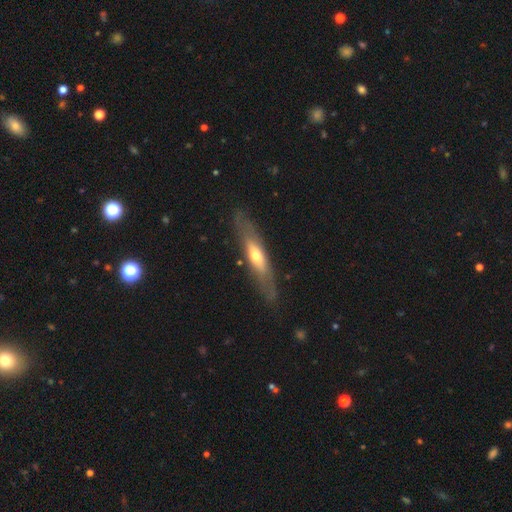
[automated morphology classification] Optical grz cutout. It shows a featured or disk galaxy (53%) viewed edge-on (65%). Merging: none (79%).